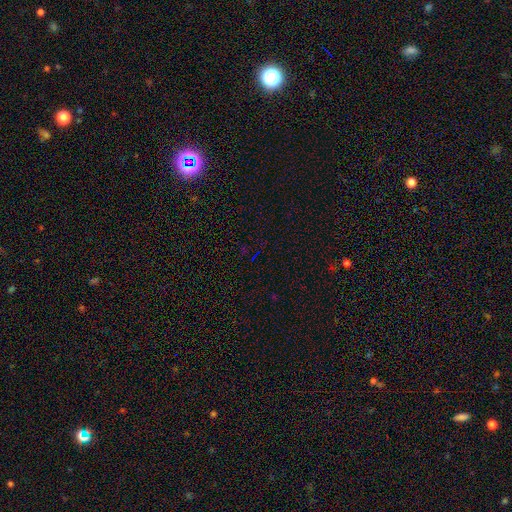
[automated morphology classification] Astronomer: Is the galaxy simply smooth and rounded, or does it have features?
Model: star or artifact — 73%.